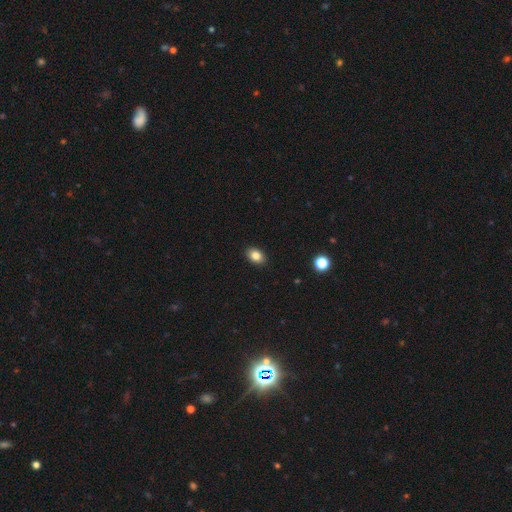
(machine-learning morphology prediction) Q: Smooth or featured?
A: smooth (84%); runner-up: star or artifact (9%)
Q: How rounded?
A: in between (81%); runner-up: round (18%)
Q: Merging?
A: none (90%); runner-up: minor disturbance (7%)